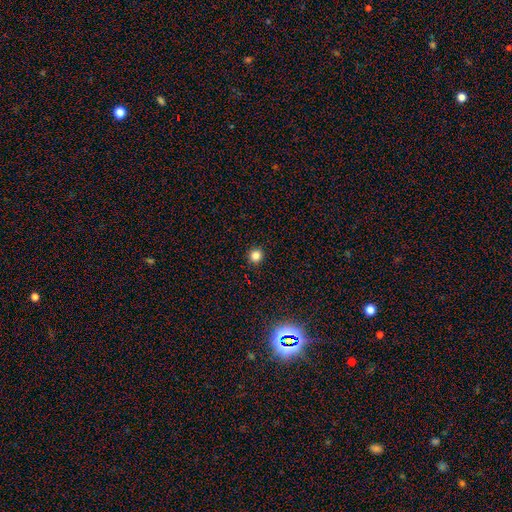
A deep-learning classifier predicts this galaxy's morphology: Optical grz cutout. It shows a smooth galaxy with no disk features (83%) that is round (93%). Merging: none (93%).